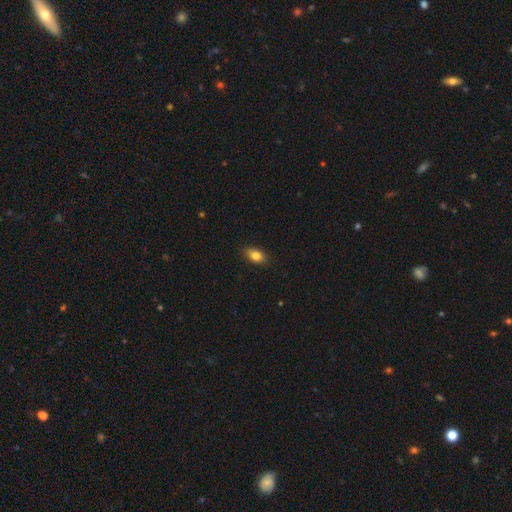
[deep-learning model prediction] Overall: smooth (84%). How rounded: in between (83%). Merging: none (82%).